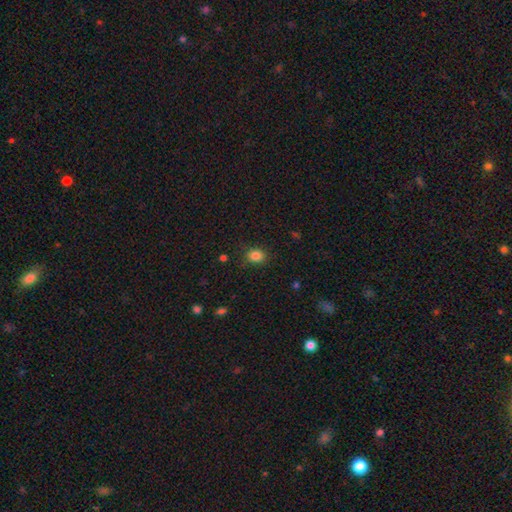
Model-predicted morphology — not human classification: Q: Smooth or featured?
A: smooth (84%); runner-up: star or artifact (11%)
Q: How rounded?
A: round (54%); runner-up: in between (45%)
Q: Merging?
A: none (82%); runner-up: minor disturbance (13%)